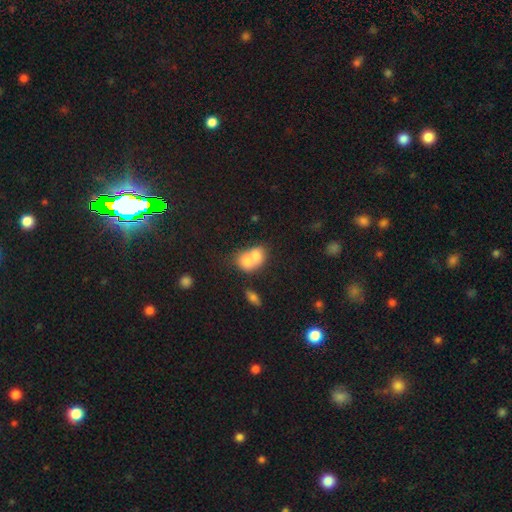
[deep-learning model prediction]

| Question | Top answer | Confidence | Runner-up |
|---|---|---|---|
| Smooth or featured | smooth | 72% | featured or disk (20%) |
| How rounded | in between | 52% | round (46%) |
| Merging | merger | 73% | none (18%) |